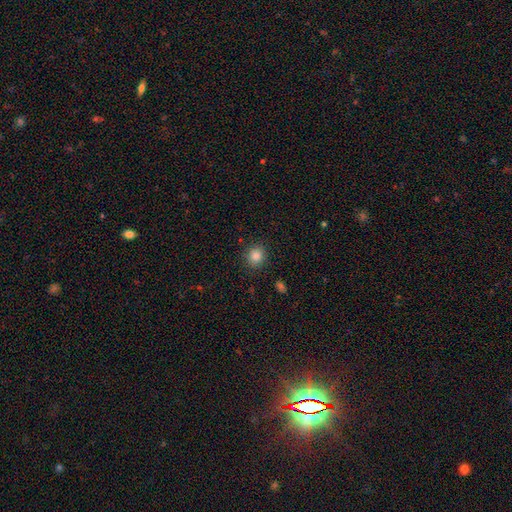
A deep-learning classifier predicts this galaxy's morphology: A smooth galaxy with no disk features (84%) that is round (84%). Merging: none (89%).